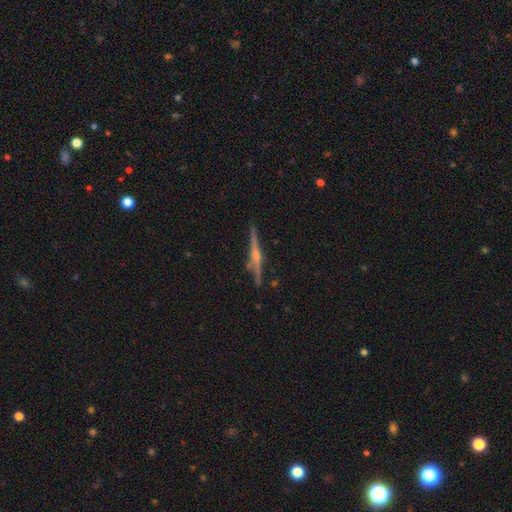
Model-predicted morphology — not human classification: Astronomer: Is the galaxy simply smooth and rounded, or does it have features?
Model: featured or disk — 82%.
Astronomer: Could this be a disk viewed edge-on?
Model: yes — 98%.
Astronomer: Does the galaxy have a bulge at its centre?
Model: rounded — 78%.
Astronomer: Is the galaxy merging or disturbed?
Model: none — 87%.